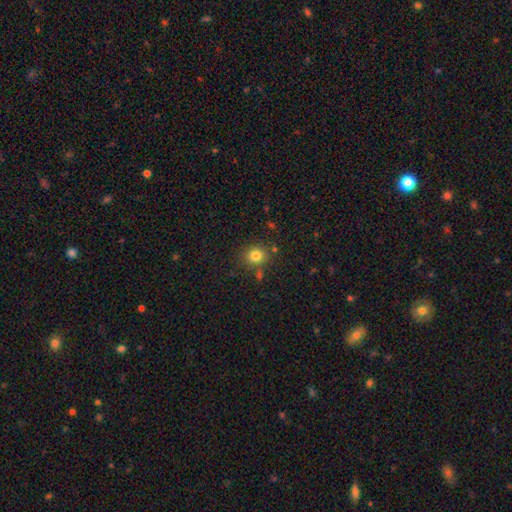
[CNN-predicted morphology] Smooth or featured: smooth — 80% (star or artifact — 13%)
How rounded: round — 79% (in between — 20%)
Merging: none — 79% (minor disturbance — 11%)